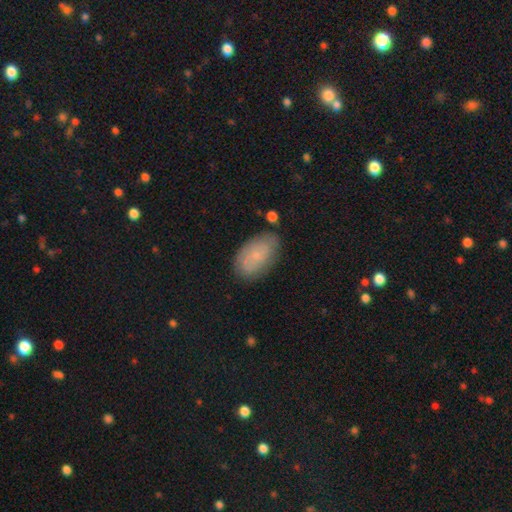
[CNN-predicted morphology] The model was most divided on "smooth or featured": smooth: 68%, featured or disk: 25%, star or artifact: 8%. More confident: how rounded — in between (93%); merging — none (74%).